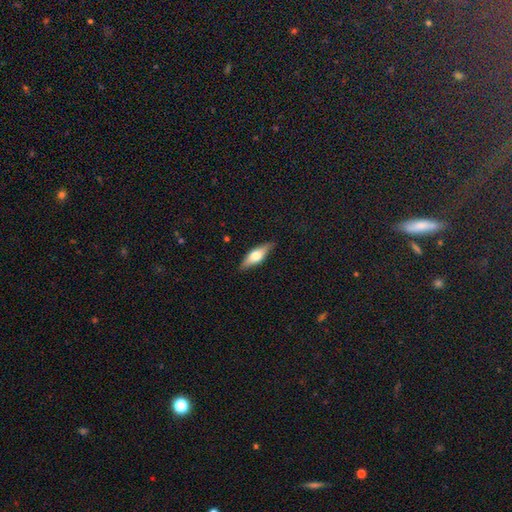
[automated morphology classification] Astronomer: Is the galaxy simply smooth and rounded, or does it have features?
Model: smooth — 49% (runner-up: featured or disk, 45%).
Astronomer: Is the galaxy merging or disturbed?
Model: none — 87%.